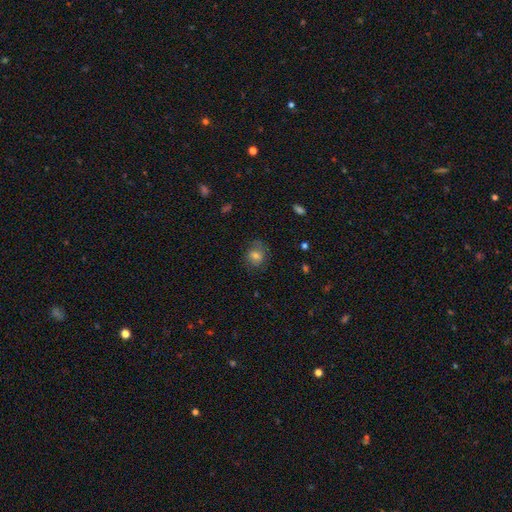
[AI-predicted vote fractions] smooth_or_featured: smooth (p=0.68) [alt: featured or disk p=0.21]
how_rounded: round (p=0.66) [alt: in between p=0.33]
merging: none (p=0.69) [alt: minor disturbance p=0.20]